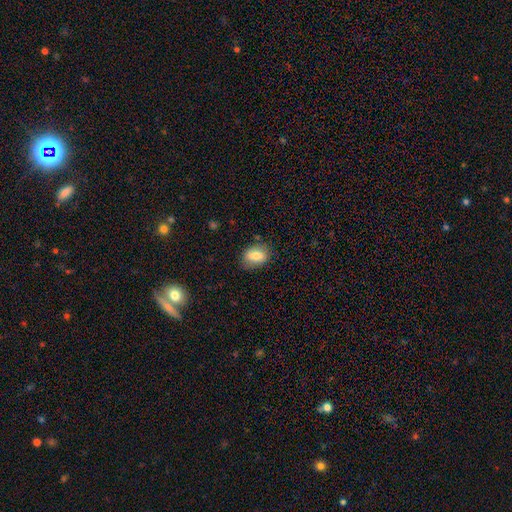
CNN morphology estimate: This appears to be a smooth galaxy with no disk features (72%) that is in between round and cigar-shaped (81%). Merging: none (76%).